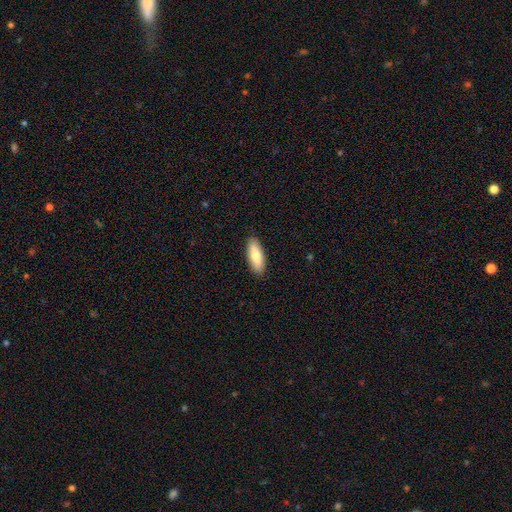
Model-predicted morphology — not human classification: smooth 77%, featured or disk 17%, star or artifact 6%. Down the decision tree: how rounded — in between (66%); merging — none (90%).